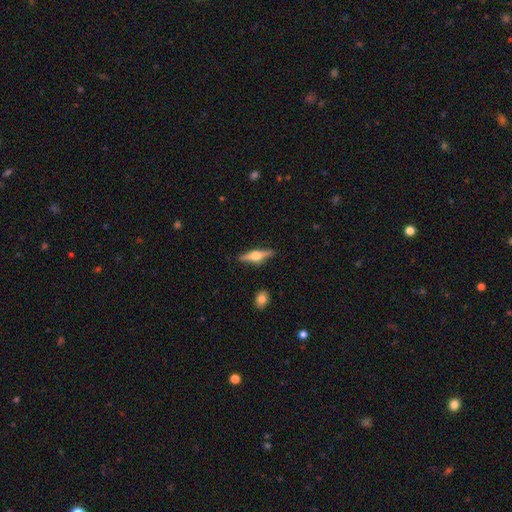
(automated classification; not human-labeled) This appears to be a featured or disk galaxy (68%) viewed edge-on (97%) with a rounded central bulge (94%). Merging: none (88%).